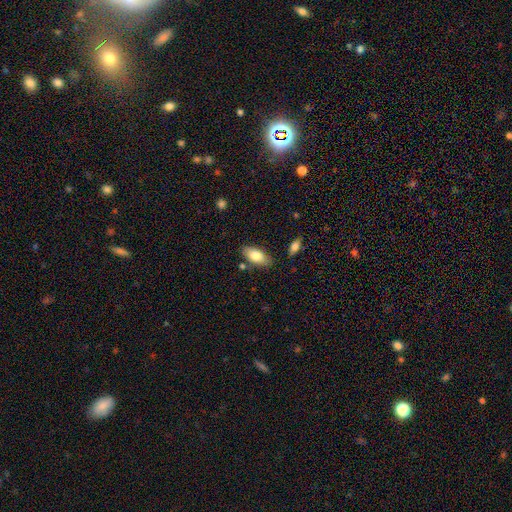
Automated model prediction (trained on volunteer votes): Morphology: type=smooth (80%); roundness=in between (89%); merging=none (80%).